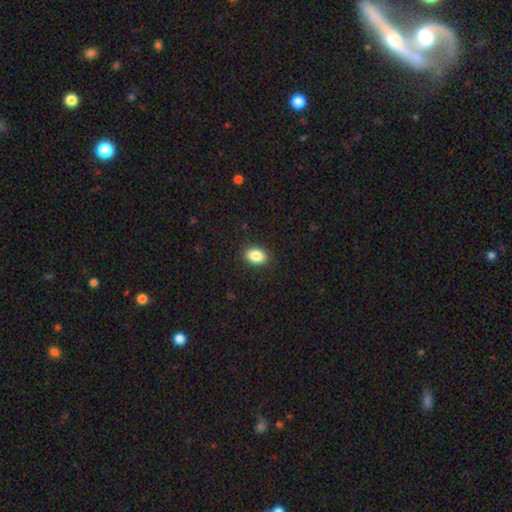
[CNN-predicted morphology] smooth-or-featured: smooth: 87% | star or artifact: 8% | featured or disk: 5%
  how-rounded: in between: 86% | round: 13% | cigar-shaped: 1%
  merging: none: 89% | minor disturbance: 8% | major disturbance: 2% | merger: 1%